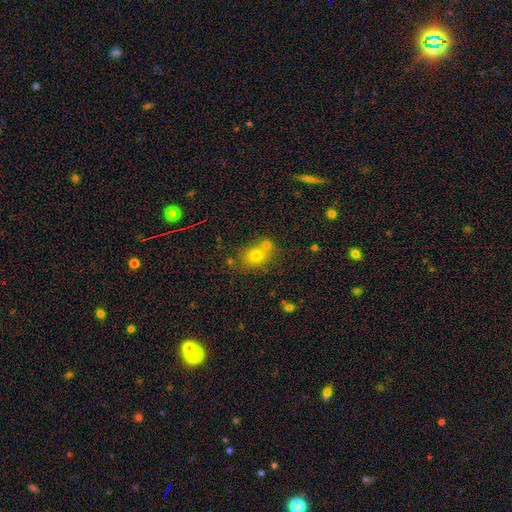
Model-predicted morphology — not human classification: smooth 74%, star or artifact 13%, featured or disk 13%. Down the decision tree: how rounded — in between (50%); merging — none (49%).